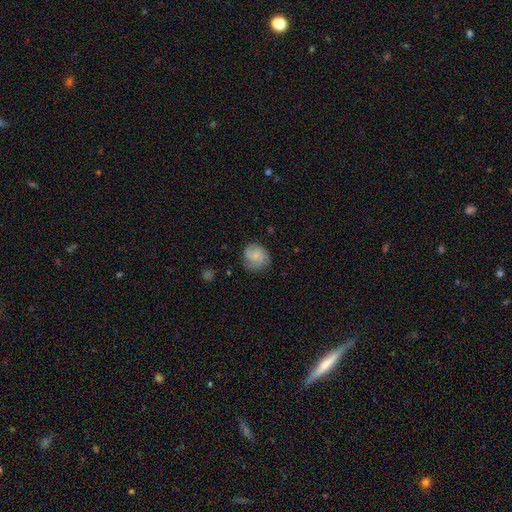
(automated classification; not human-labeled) Morphology: type=smooth (51%); roundness=round (76%); merging=none (69%).